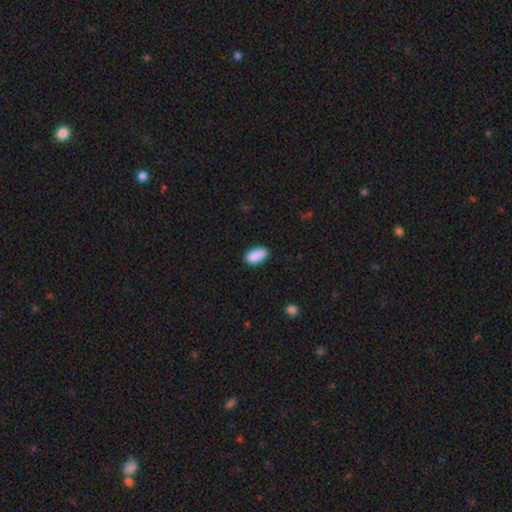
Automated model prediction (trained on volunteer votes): The model was most divided on "merging": none: 76%, minor disturbance: 17%, merger: 4%, major disturbance: 3%. More confident: how rounded — in between (93%); smooth or featured — smooth (87%).